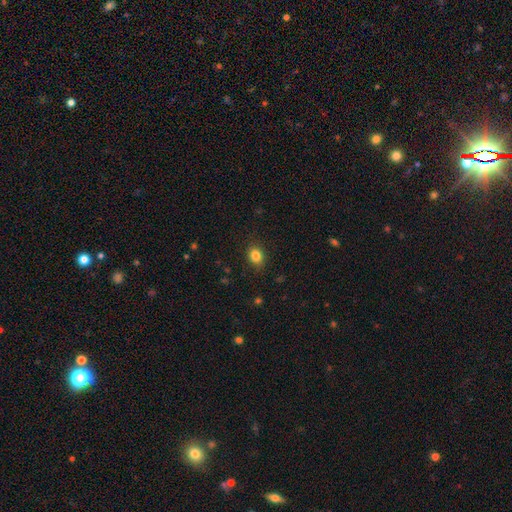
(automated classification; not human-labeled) Smooth or featured?
  - smooth: 84% *
  - star or artifact: 11%
  - featured or disk: 5%
How rounded?
  - in between: 50% *
  - round: 49%
  - cigar-shaped: 1%
Merging?
  - none: 85% *
  - minor disturbance: 11%
  - major disturbance: 3%
  - merger: 1%